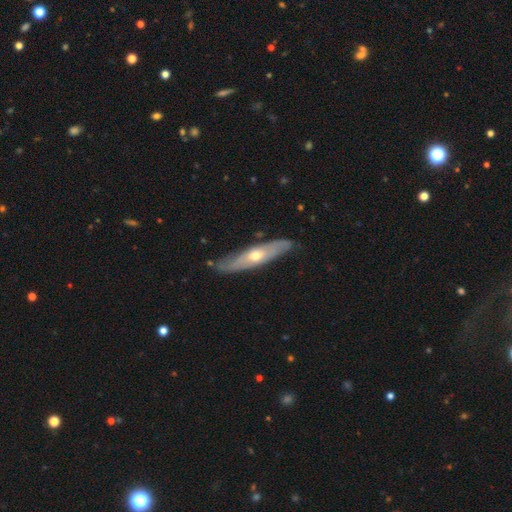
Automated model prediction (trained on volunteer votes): featured or disk 59%, smooth 37%, star or artifact 5%. Down the decision tree: edge-on disk — yes (55%); merging — none (77%).